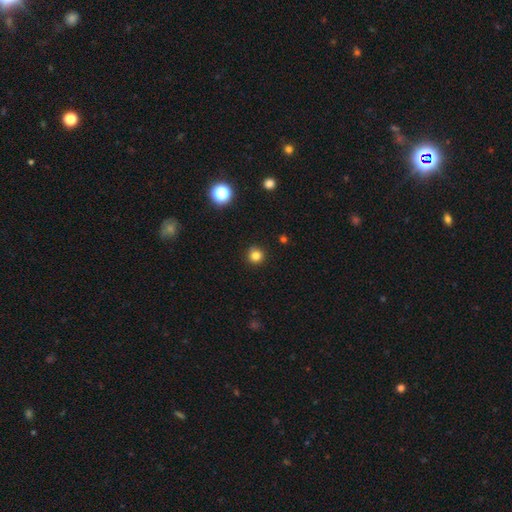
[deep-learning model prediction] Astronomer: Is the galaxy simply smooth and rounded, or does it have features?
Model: smooth — 81%.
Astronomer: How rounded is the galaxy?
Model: round — 95%.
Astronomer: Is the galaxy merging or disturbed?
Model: none — 92%.